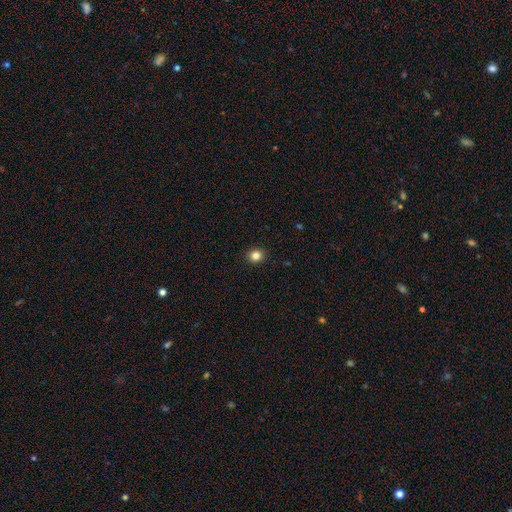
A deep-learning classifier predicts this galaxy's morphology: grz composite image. It shows a smooth galaxy with no disk features (83%) that is round (79%). Merging: none (92%).